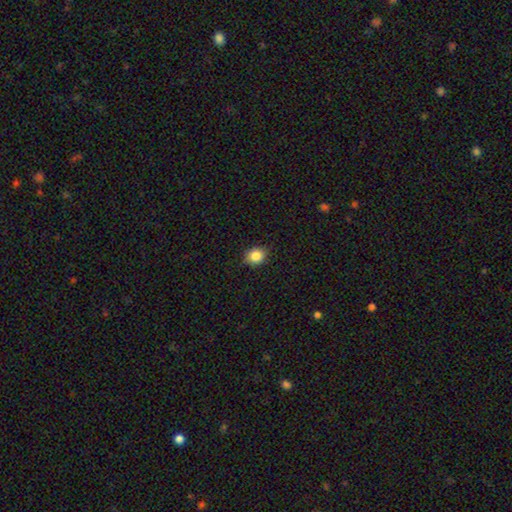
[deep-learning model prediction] Morphology: type=smooth (85%); roundness=round (73%); merging=none (86%).